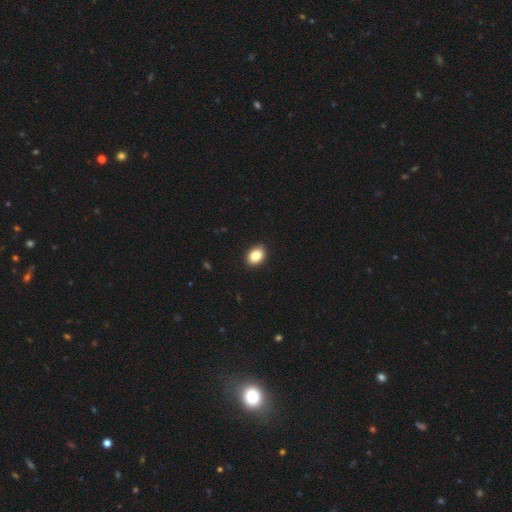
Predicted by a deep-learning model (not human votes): Overall: smooth (86%). How rounded: in between (76%). Merging: none (89%).